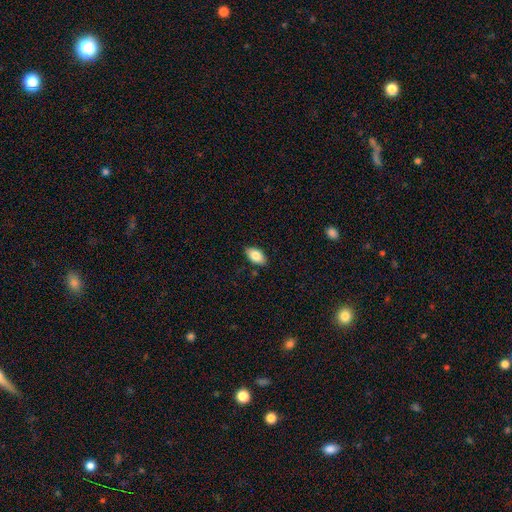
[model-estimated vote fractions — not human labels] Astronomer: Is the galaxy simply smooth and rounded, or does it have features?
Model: smooth — 83%.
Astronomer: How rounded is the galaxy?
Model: in between — 93%.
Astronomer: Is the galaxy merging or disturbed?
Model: none — 86%.